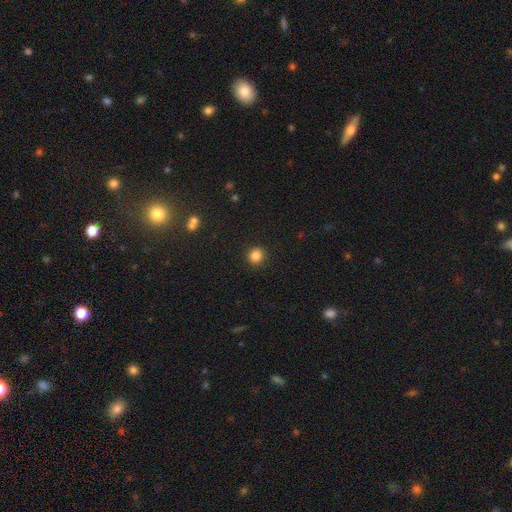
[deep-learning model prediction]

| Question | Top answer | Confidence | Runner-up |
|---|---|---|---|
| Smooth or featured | smooth | 85% | star or artifact (11%) |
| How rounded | round | 91% | in between (9%) |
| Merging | none | 92% | minor disturbance (5%) |